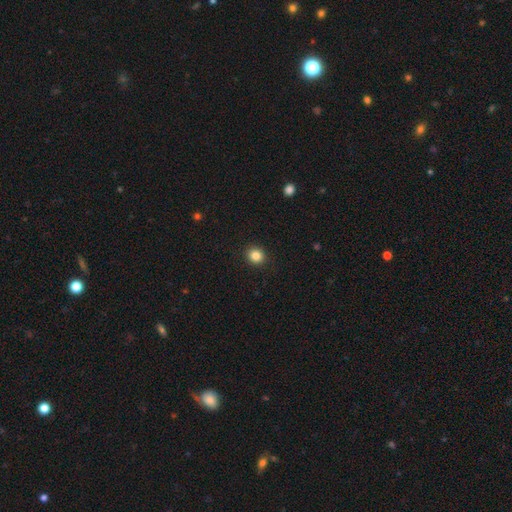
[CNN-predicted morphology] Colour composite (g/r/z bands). It shows a smooth galaxy with no disk features (85%) that is round (85%). Merging: none (92%).